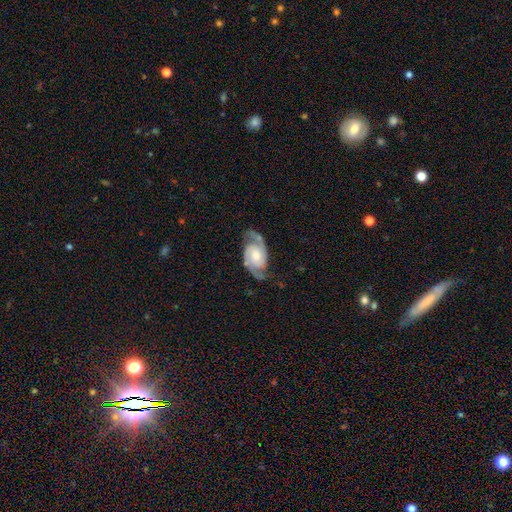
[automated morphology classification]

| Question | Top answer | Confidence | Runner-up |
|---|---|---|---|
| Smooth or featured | featured or disk | 90% | smooth (6%) |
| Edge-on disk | no | 97% | yes (3%) |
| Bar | no | 64% | weak (28%) |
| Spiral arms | yes | 98% | no (2%) |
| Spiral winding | medium | 52% | tight (32%) |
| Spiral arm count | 2 | 93% | can't tell (2%) |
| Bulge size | moderate | 53% | small (36%) |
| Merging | none | 75% | minor disturbance (17%) |